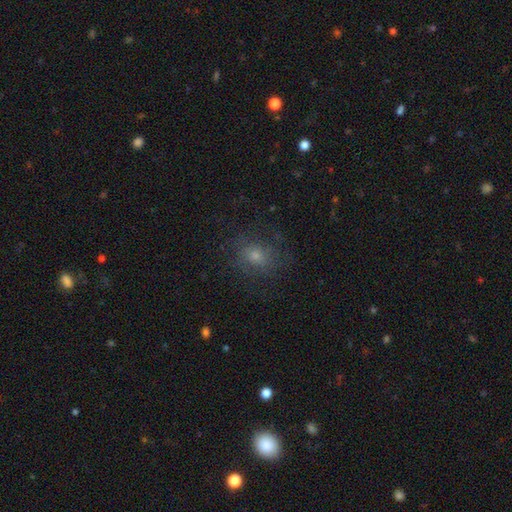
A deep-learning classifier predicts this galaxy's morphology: Smooth or featured? Predicted: smooth (p=0.58). How rounded? Predicted: round (p=0.61). Merging? Predicted: none (p=0.73).